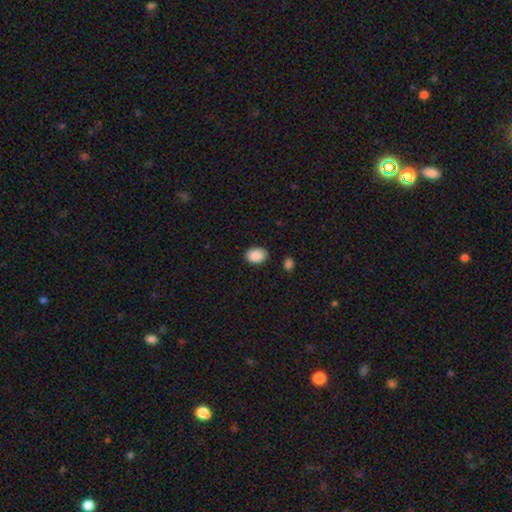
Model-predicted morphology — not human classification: type=smooth (90%); roundness=in between (75%); merging=none (85%).